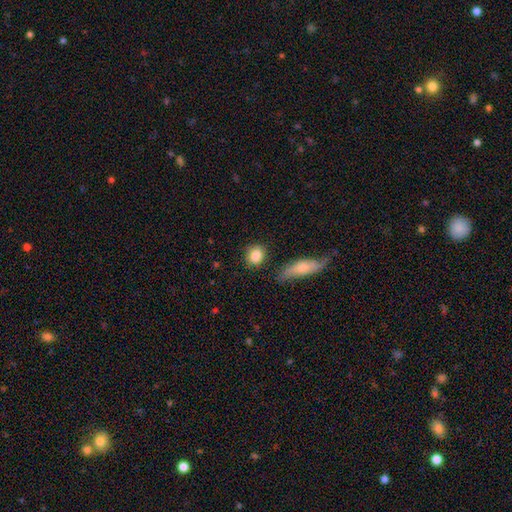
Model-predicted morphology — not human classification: smooth-or-featured: smooth: 85% | featured or disk: 8% | star or artifact: 7%
  how-rounded: round: 58% | in between: 38% | cigar-shaped: 3%
  merging: none: 78% | minor disturbance: 13% | merger: 5% | major disturbance: 4%